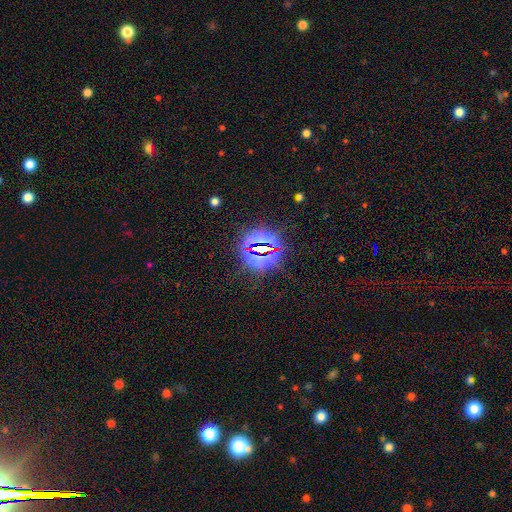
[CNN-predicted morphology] Smooth or featured?
  - star or artifact: 82% *
  - smooth: 11%
  - featured or disk: 7%